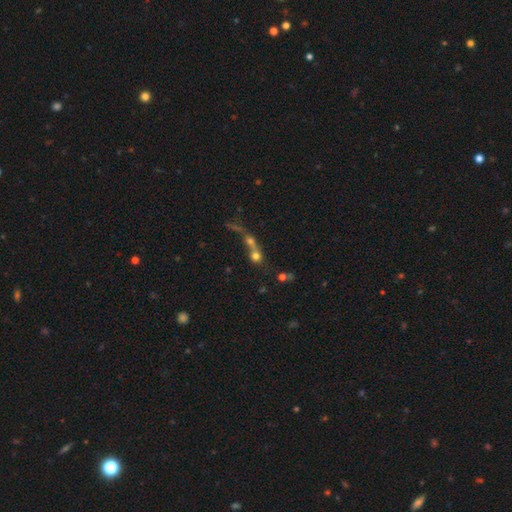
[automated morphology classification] A smooth galaxy with no disk features (58%) that is round (75%). Merging: merger (66%).